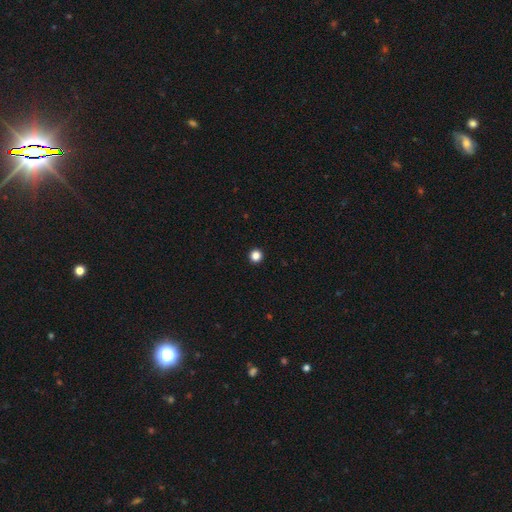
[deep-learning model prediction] Smooth or featured: smooth — 84% (star or artifact — 13%)
How rounded: round — 96% (in between — 3%)
Merging: none — 94% (minor disturbance — 3%)